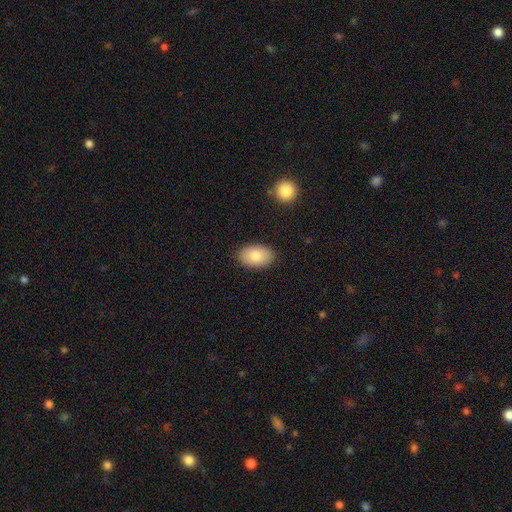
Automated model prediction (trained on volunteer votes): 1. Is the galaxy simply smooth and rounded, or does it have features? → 81% smooth, 13% featured or disk, 7% star or artifact.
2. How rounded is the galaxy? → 92% in between, 7% round, 1% cigar-shaped.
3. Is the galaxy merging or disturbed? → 87% none, 9% minor disturbance, 2% major disturbance, 1% merger.